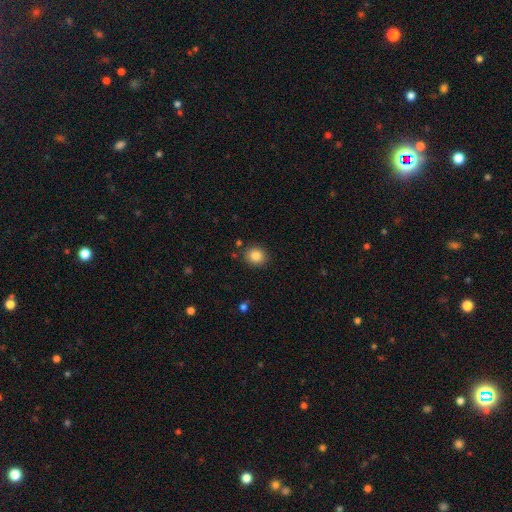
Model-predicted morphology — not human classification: A smooth galaxy with no disk features (85%) that is round (75%). Merging: none (87%).